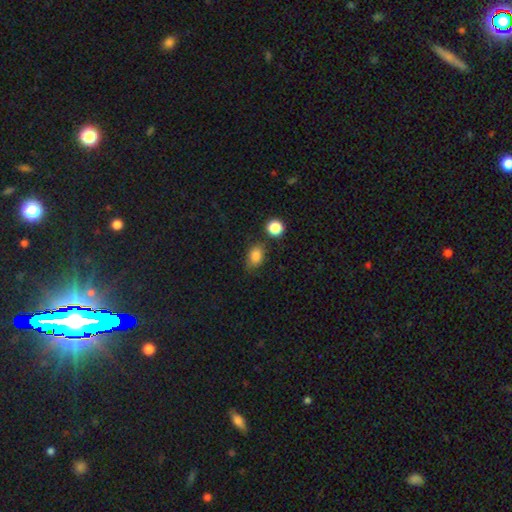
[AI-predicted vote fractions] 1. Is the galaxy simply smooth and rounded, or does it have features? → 84% smooth, 10% star or artifact, 6% featured or disk.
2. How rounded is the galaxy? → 78% in between, 20% round, 2% cigar-shaped.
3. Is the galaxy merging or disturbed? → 70% none, 19% minor disturbance, 6% merger, 5% major disturbance.